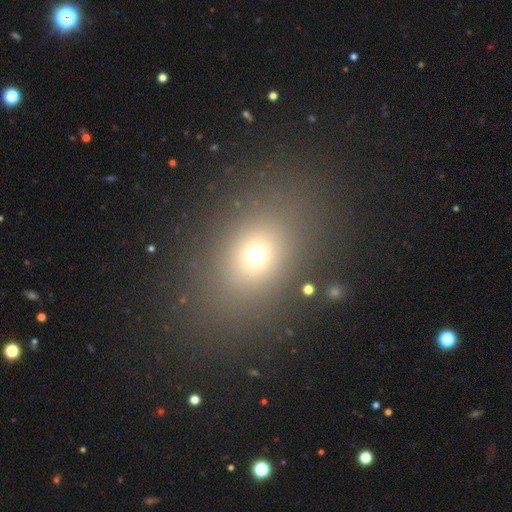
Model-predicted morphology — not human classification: The model was most divided on "how rounded": in between: 56%, round: 42%, cigar-shaped: 2%. More confident: merging — none (82%); smooth or featured — smooth (68%).